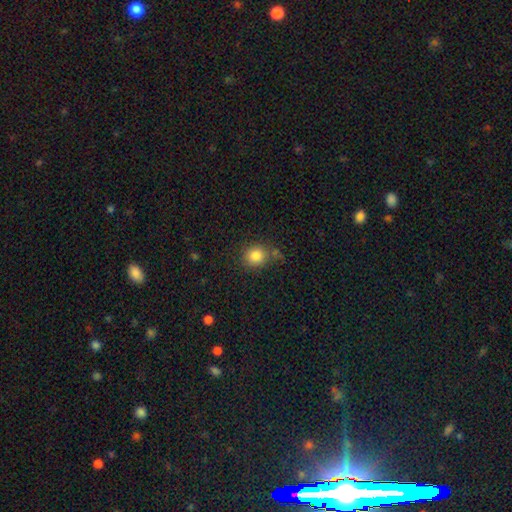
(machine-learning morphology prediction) Q: Smooth or featured?
A: smooth (84%); runner-up: star or artifact (10%)
Q: How rounded?
A: round (82%); runner-up: in between (17%)
Q: Merging?
A: none (71%); runner-up: minor disturbance (16%)